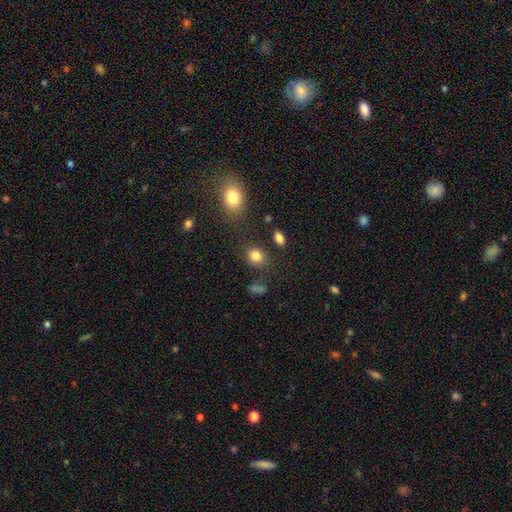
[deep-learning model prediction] smooth-or-featured: smooth: 83% | star or artifact: 11% | featured or disk: 6%
  how-rounded: round: 53% | in between: 45% | cigar-shaped: 1%
  merging: none: 77% | minor disturbance: 13% | merger: 6% | major disturbance: 5%